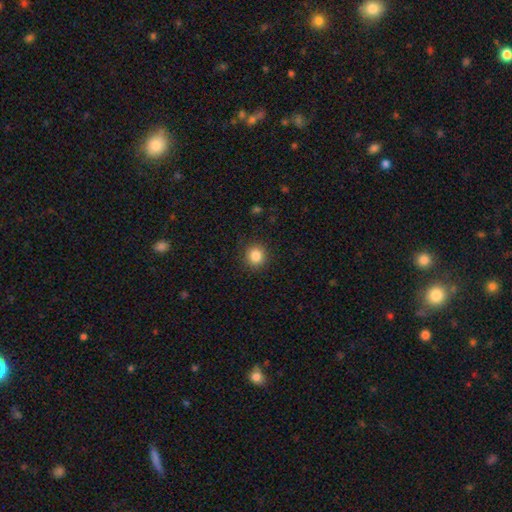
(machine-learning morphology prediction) Smooth or featured: smooth — 85% (star or artifact — 10%)
How rounded: round — 90% (in between — 9%)
Merging: none — 89% (minor disturbance — 7%)